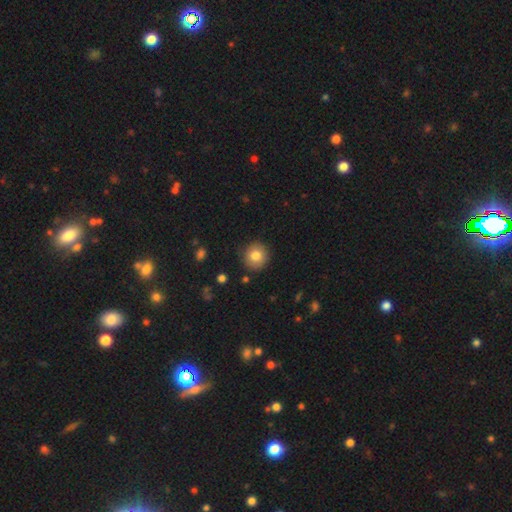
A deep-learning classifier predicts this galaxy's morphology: Q: Smooth or featured?
A: smooth (80%); runner-up: featured or disk (10%)
Q: How rounded?
A: round (92%); runner-up: in between (7%)
Q: Merging?
A: none (89%); runner-up: minor disturbance (8%)